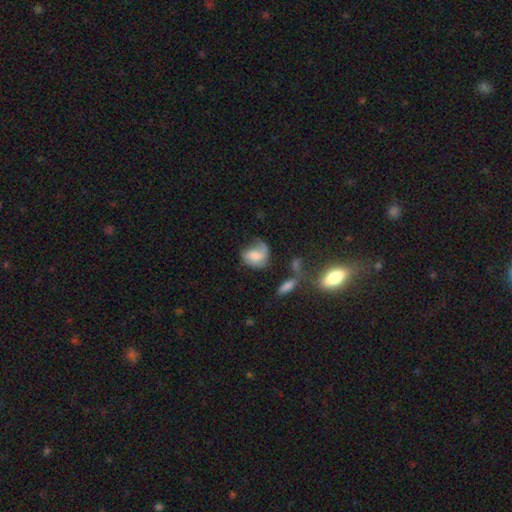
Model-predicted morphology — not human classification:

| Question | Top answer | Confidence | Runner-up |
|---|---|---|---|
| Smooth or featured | smooth | 59% | featured or disk (32%) |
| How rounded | in between | 57% | round (41%) |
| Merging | none | 37% | minor disturbance (31%) |